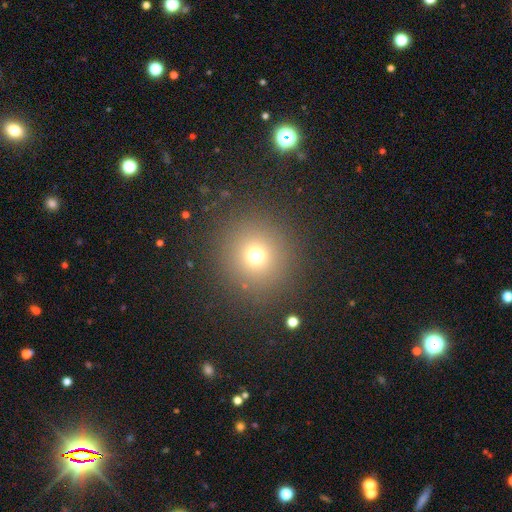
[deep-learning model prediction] A smooth galaxy with no disk features (69%) that is round (93%). Merging: none (87%).